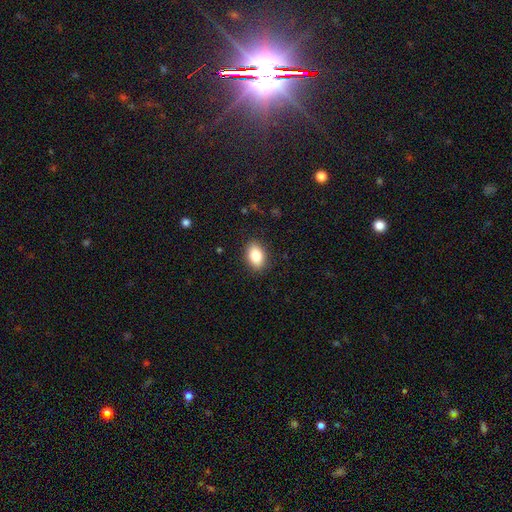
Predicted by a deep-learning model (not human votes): smooth_or_featured: smooth (p=0.84) [alt: star or artifact p=0.08]
how_rounded: in between (p=0.85) [alt: round p=0.14]
merging: none (p=0.88) [alt: minor disturbance p=0.09]